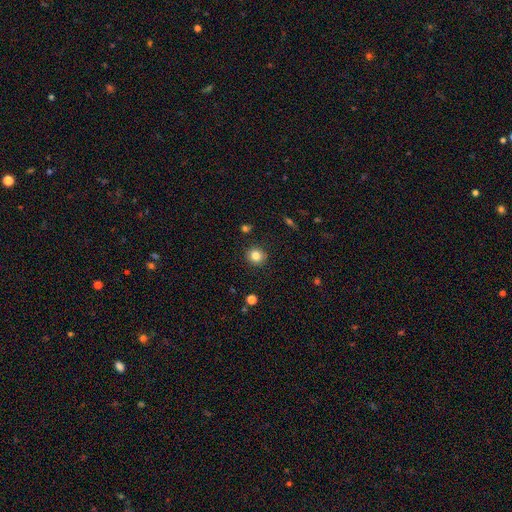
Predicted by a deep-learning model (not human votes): smooth-or-featured: smooth: 83% | star or artifact: 11% | featured or disk: 6%
  how-rounded: round: 88% | in between: 11% | cigar-shaped: 1%
  merging: none: 90% | minor disturbance: 6% | major disturbance: 2% | merger: 1%